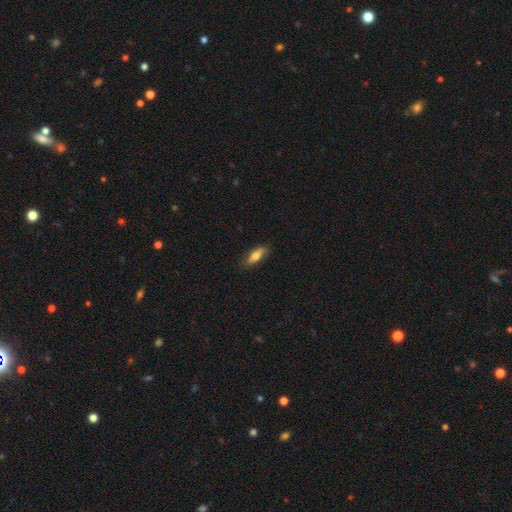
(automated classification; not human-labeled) smooth 70%, featured or disk 24%, star or artifact 6%. Down the decision tree: how rounded — in between (65%); merging — none (80%).